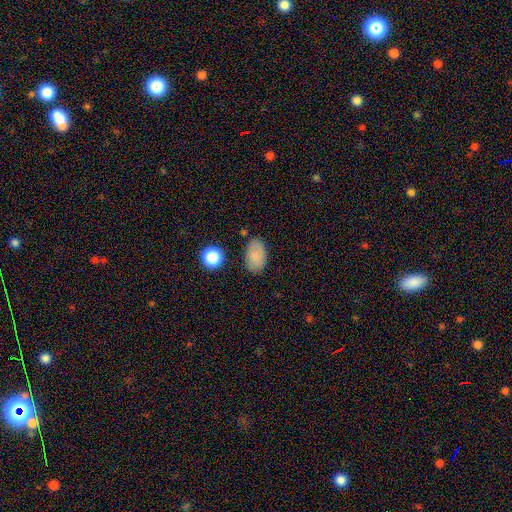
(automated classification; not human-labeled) The model was most divided on "merging": none: 77%, minor disturbance: 15%, major disturbance: 4%, merger: 4%. More confident: how rounded — in between (90%); smooth or featured — smooth (82%).